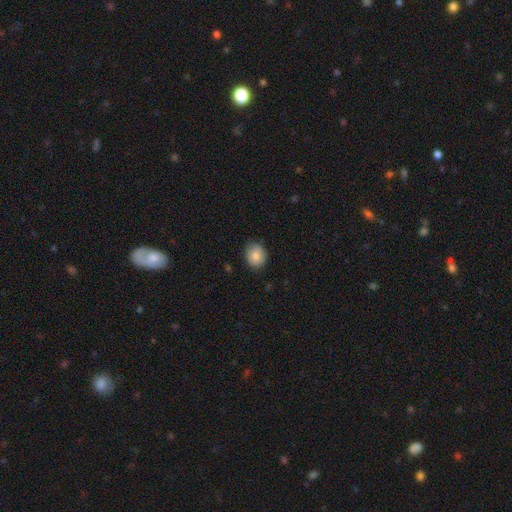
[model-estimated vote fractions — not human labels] A smooth galaxy with no disk features (85%) that is round (50%).

Vote fractions:
- Smooth or featured? smooth: 85% / star or artifact: 8% / featured or disk: 7%
- How rounded? round: 50% / in between: 49% / cigar-shaped: 1%
- Merging? none: 80% / minor disturbance: 17% / major disturbance: 3% / merger: 1%